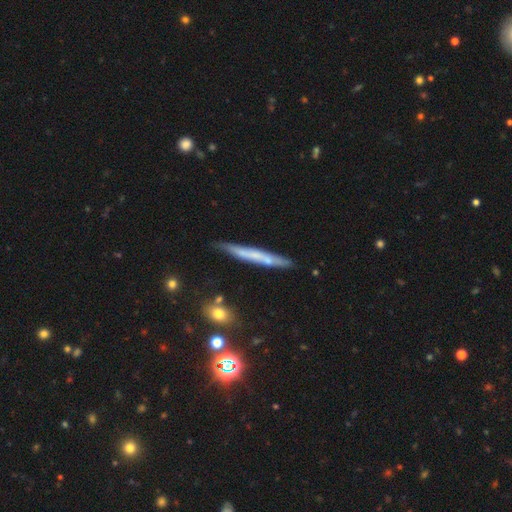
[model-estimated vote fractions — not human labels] featured or disk 48%, smooth 43%, star or artifact 9%. Down the decision tree: merging — none (79%).